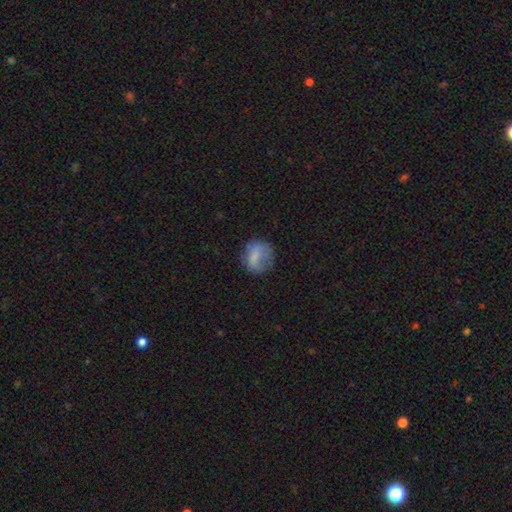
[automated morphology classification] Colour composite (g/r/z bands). It shows a smooth galaxy with no disk features (73%) that is round (67%). Merging: none (55%).